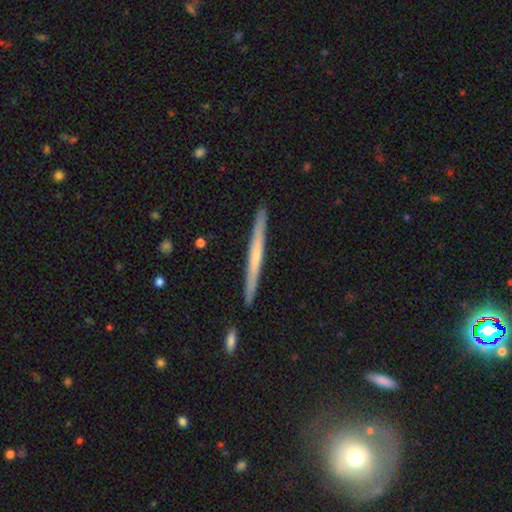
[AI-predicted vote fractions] Overall: featured or disk (53%; smooth 41%). Edge-on disk: yes (97%). Edge-on bulge: none (65%; rounded 29%). Merging: none (91%).